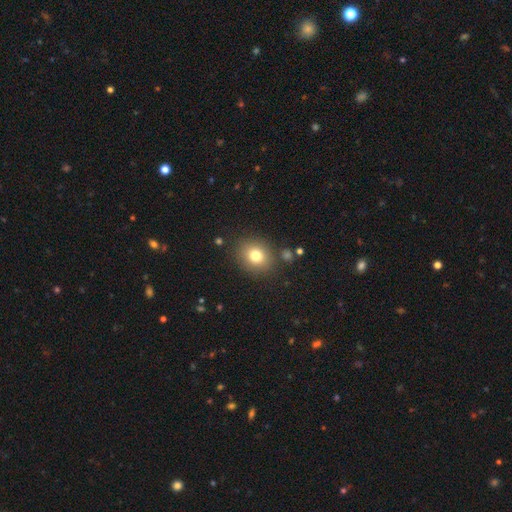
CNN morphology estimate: Smooth or featured? Predicted: smooth (p=0.78). How rounded? Predicted: round (p=0.72). Merging? Predicted: none (p=0.85).